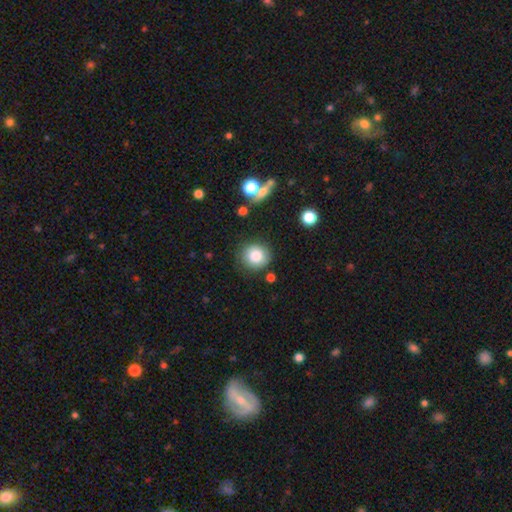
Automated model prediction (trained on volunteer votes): The model was most divided on "smooth or featured": smooth: 82%, star or artifact: 10%, featured or disk: 8%. More confident: how rounded — round (90%); merging — none (83%).